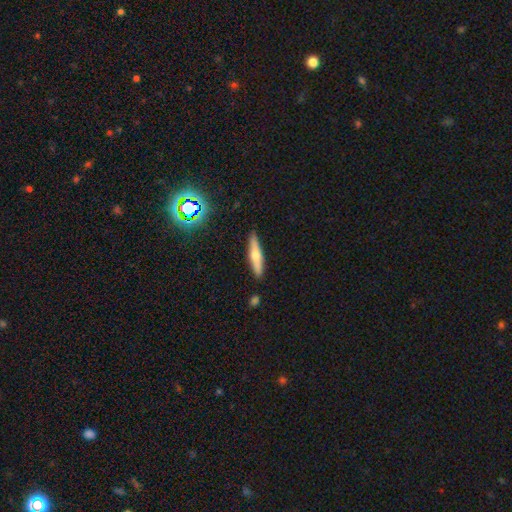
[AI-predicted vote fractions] smooth 57%, featured or disk 36%, star or artifact 8%. Down the decision tree: how rounded — cigar-shaped (85%); merging — none (88%).